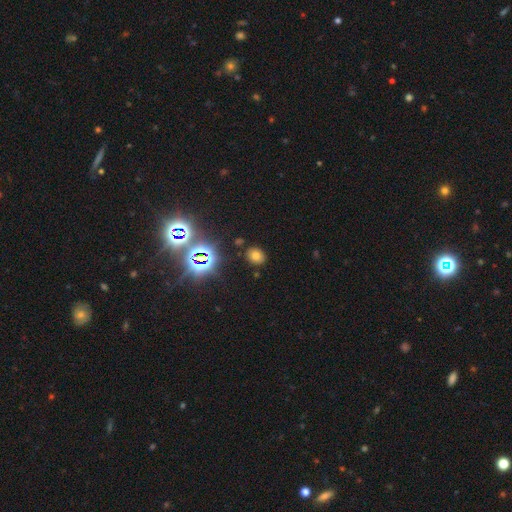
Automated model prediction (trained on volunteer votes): Smooth or featured? smooth (64%)
How rounded? round (55%)
Merging? none (85%)